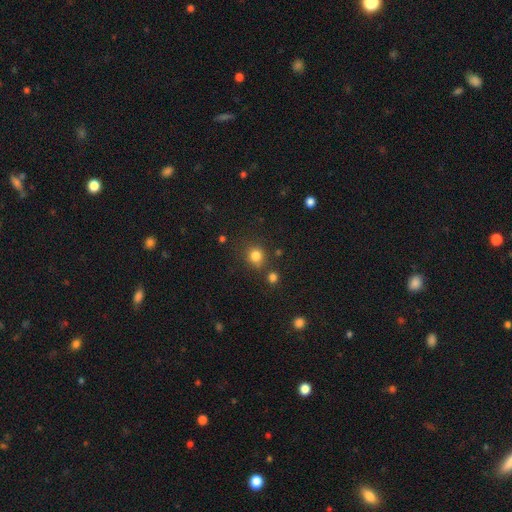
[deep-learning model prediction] This appears to be a smooth galaxy with no disk features (80%) that is round (87%). Merging: none (75%).